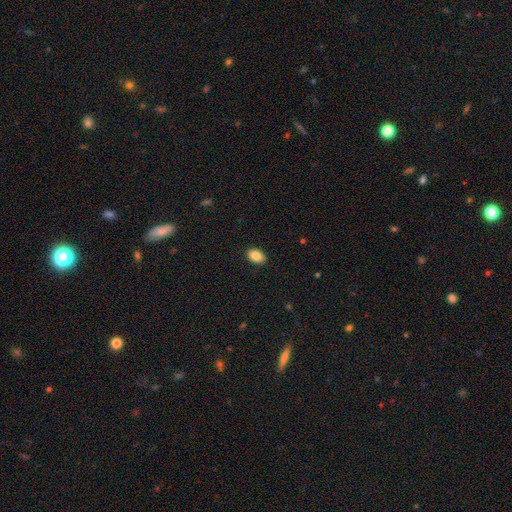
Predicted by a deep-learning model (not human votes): smooth-or-featured: smooth: 87% | star or artifact: 8% | featured or disk: 5%
  how-rounded: in between: 88% | round: 11% | cigar-shaped: 1%
  merging: none: 89% | minor disturbance: 8% | major disturbance: 2% | merger: 1%